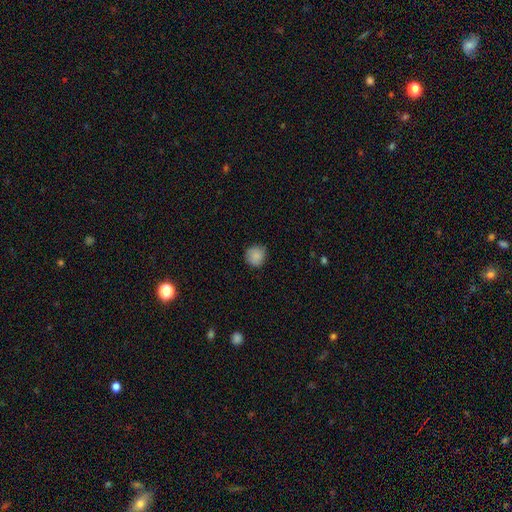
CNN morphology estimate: A smooth galaxy with no disk features (86%) that is round (89%). Merging: none (79%).